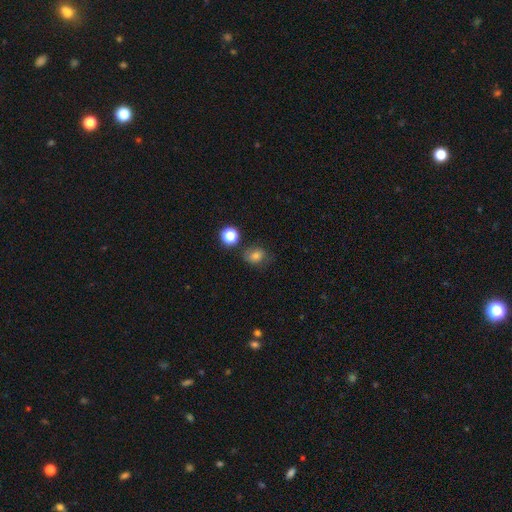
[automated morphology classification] Smooth or featured?
  - smooth: 71% *
  - star or artifact: 16%
  - featured or disk: 12%
How rounded?
  - round: 52% *
  - in between: 46%
  - cigar-shaped: 1%
Merging?
  - none: 67% *
  - minor disturbance: 21%
  - major disturbance: 7%
  - merger: 5%